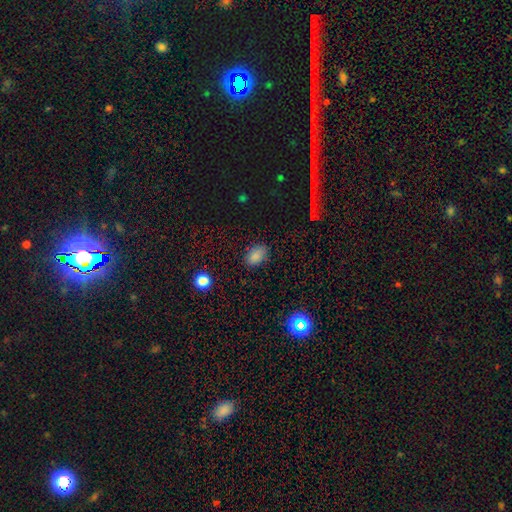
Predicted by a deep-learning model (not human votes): Morphology: type=smooth (82%); roundness=in between (88%); merging=none (84%).